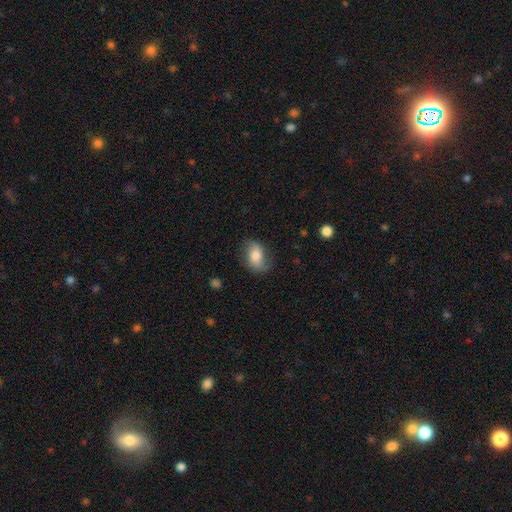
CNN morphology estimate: This is likely a smooth galaxy (63%). How rounded: clearly in between (82%). Merging: likely none (70%).